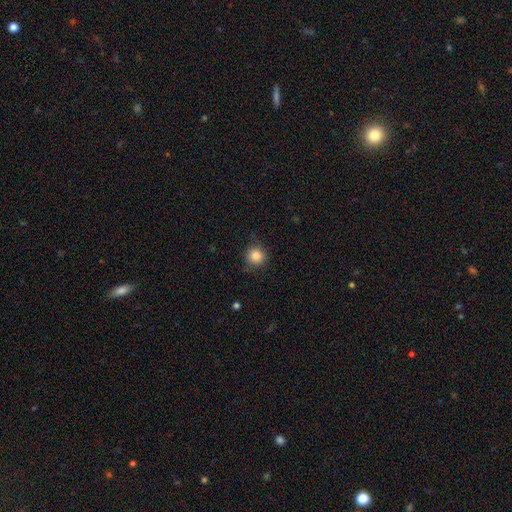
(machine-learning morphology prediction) Overall: smooth (84%). How rounded: round (92%). Merging: none (84%).